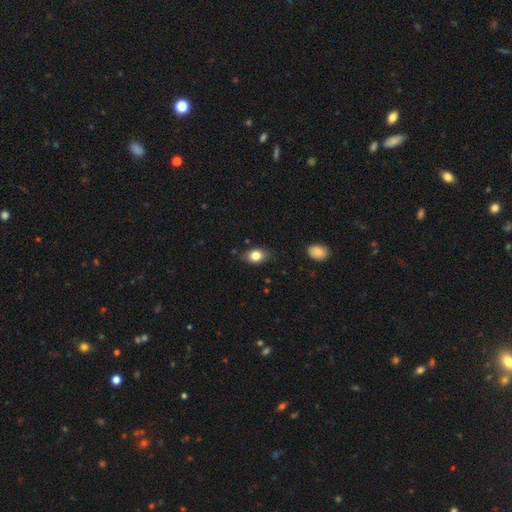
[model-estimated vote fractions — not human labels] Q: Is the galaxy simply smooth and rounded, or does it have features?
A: smooth — 82%.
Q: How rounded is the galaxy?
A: in between — 78%.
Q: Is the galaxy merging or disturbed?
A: none — 80%.